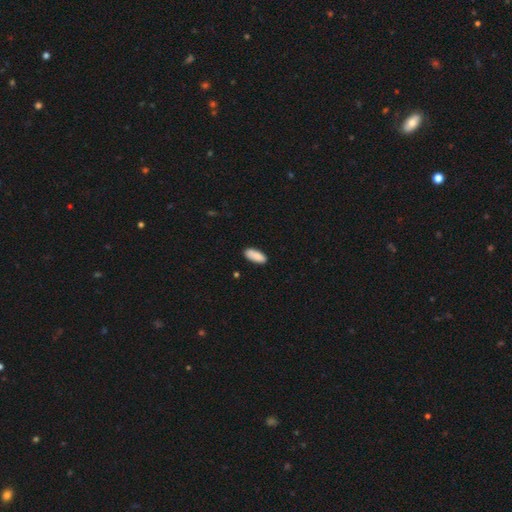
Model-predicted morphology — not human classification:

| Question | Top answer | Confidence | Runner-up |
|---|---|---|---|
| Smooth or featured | smooth | 86% | featured or disk (8%) |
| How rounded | in between | 80% | cigar-shaped (18%) |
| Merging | none | 82% | minor disturbance (13%) |